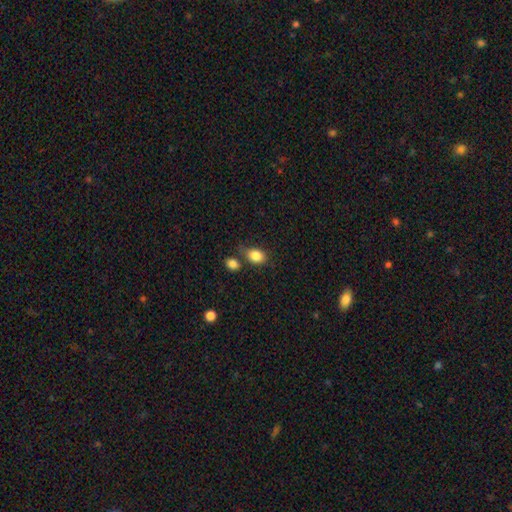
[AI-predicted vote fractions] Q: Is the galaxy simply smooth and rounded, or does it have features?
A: smooth — 84%.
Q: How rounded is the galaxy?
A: in between — 64%.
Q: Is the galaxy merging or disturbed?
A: none — 58%.